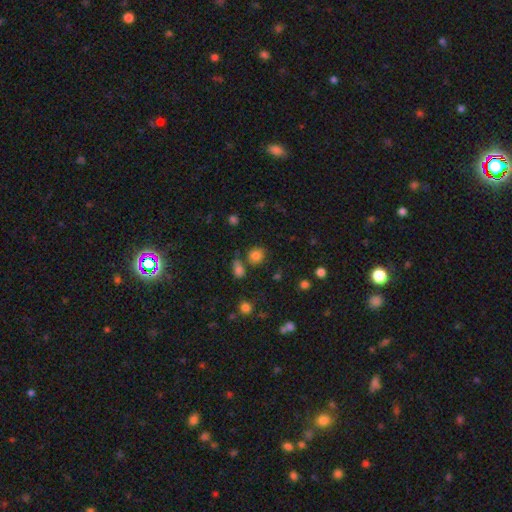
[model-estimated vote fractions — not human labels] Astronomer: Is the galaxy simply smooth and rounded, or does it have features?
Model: smooth — 81%.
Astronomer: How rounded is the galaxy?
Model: round — 86%.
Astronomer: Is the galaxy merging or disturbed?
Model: none — 71%.